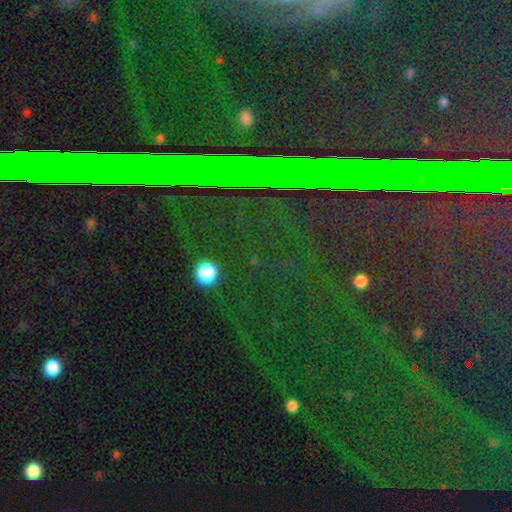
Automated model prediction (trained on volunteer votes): smooth_or_featured: star or artifact (p=0.81) [alt: smooth p=0.10]